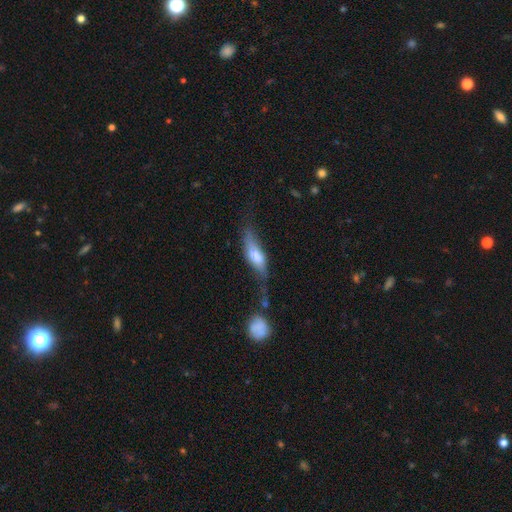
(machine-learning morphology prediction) A smooth galaxy with no disk features (50%) that is in between round and cigar-shaped (51%).

Vote fractions:
- Smooth or featured? smooth: 50% / featured or disk: 42% / star or artifact: 8%
- How rounded? in between: 51% / cigar-shaped: 46% / round: 3%
- Merging? none: 34% / major disturbance: 28% / minor disturbance: 25% / merger: 13%